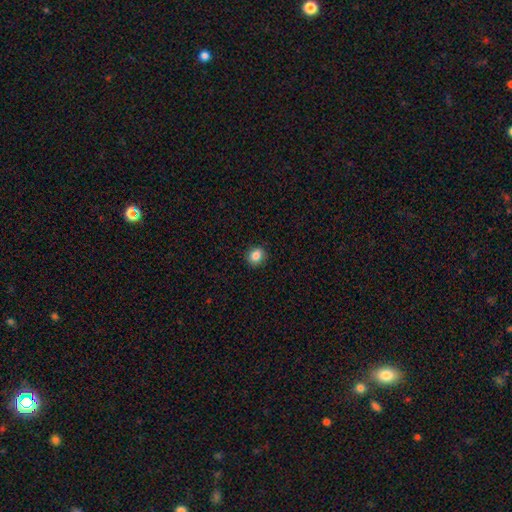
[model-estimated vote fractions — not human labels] A smooth galaxy with no disk features (85%) that is round (77%). Merging: none (90%).